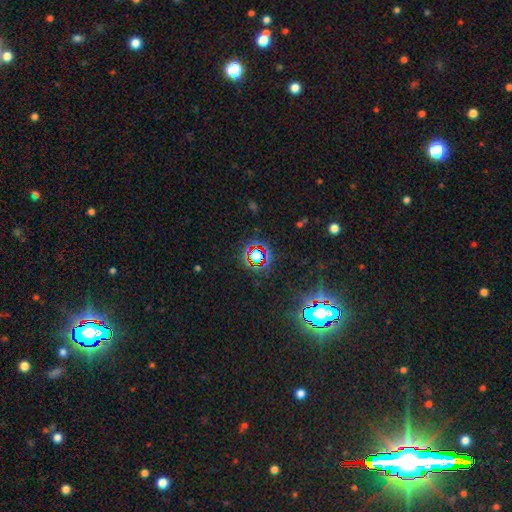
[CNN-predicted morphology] Smooth or featured: star or artifact — 74% (smooth — 16%)